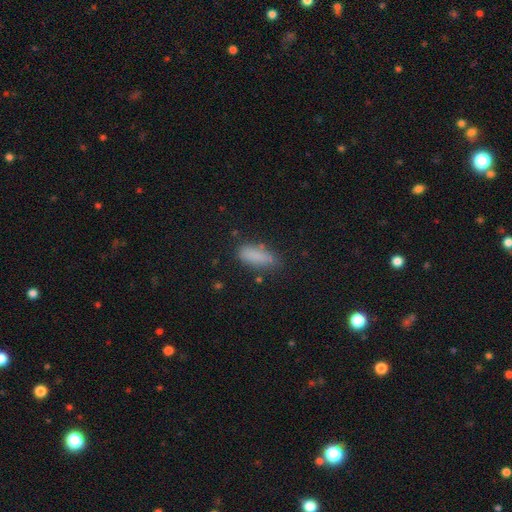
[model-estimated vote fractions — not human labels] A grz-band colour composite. It shows a smooth galaxy with no disk features (83%) that is in between round and cigar-shaped (68%). Merging: none (69%).